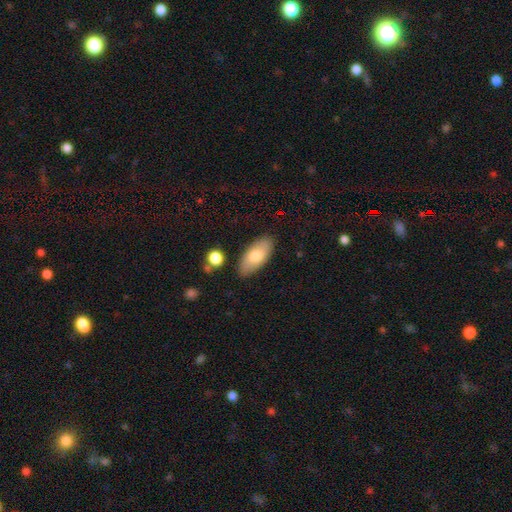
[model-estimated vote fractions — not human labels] A smooth galaxy with no disk features (76%) that is in between round and cigar-shaped (88%).

Vote fractions:
- Smooth or featured? smooth: 76% / featured or disk: 18% / star or artifact: 6%
- How rounded? in between: 88% / cigar-shaped: 10% / round: 2%
- Merging? none: 84% / minor disturbance: 11% / major disturbance: 2% / merger: 2%